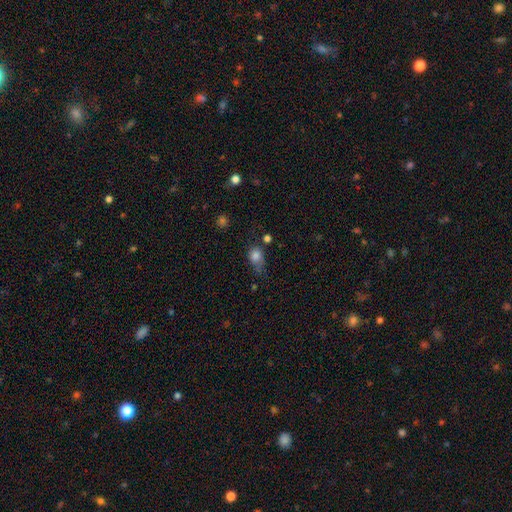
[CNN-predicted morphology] Q: Smooth or featured?
A: smooth (81%); runner-up: star or artifact (11%)
Q: How rounded?
A: round (54%); runner-up: in between (44%)
Q: Merging?
A: none (41%); runner-up: minor disturbance (36%)